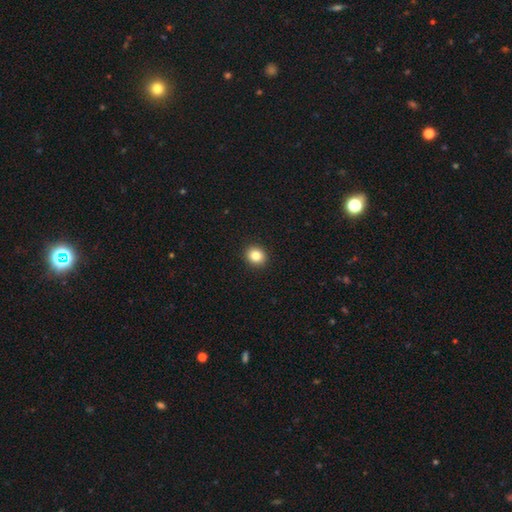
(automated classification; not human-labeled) Smooth or featured: smooth — 83% (star or artifact — 10%)
How rounded: round — 80% (in between — 19%)
Merging: none — 93% (minor disturbance — 5%)